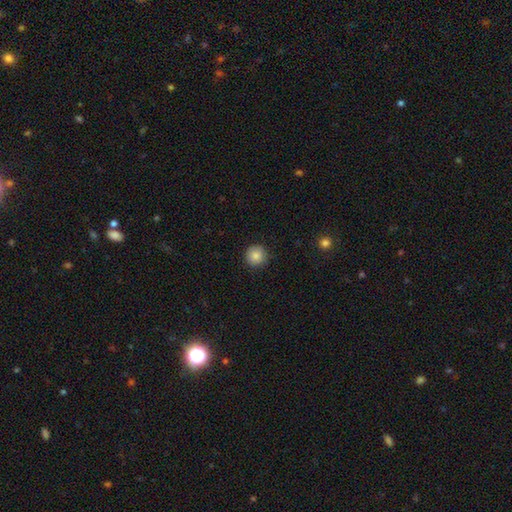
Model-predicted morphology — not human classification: smooth_or_featured: smooth (p=0.86) [alt: star or artifact p=0.09]
how_rounded: round (p=0.95) [alt: in between p=0.04]
merging: none (p=0.90) [alt: minor disturbance p=0.07]